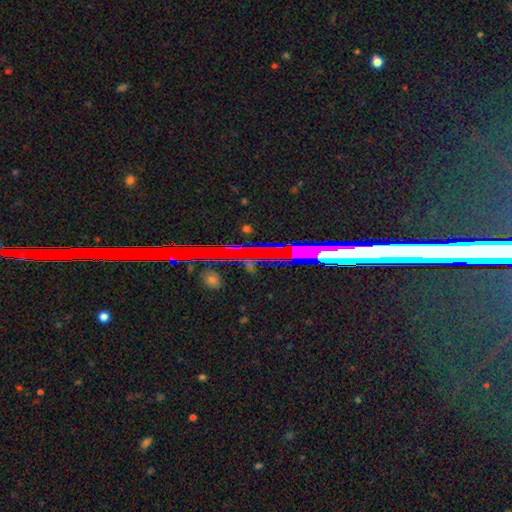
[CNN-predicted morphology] The model was most divided on "smooth or featured": star or artifact: 74%, featured or disk: 16%, smooth: 10%.